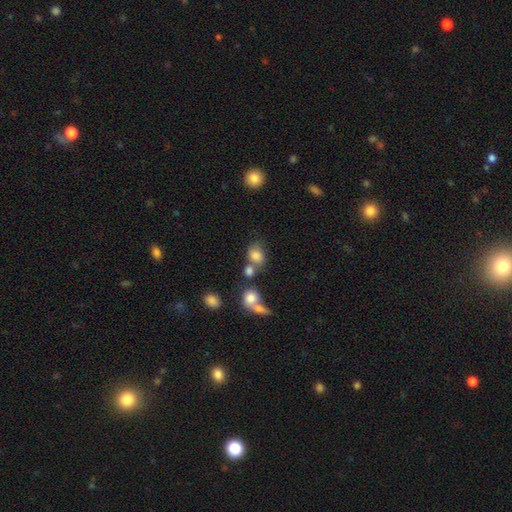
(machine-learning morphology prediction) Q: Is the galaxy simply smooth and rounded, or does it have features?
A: smooth — 78%.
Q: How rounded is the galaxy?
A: in between — 56%.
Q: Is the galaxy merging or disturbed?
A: none — 42%.